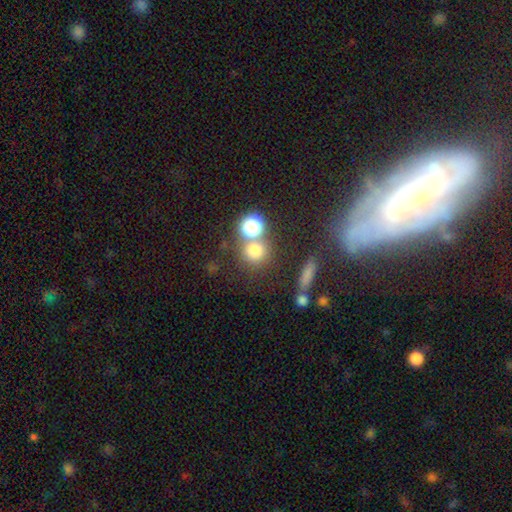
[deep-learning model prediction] The model was most divided on "smooth or featured": smooth: 57%, star or artifact: 25%, featured or disk: 17%. More confident: how rounded — round (83%); merging — none (62%).